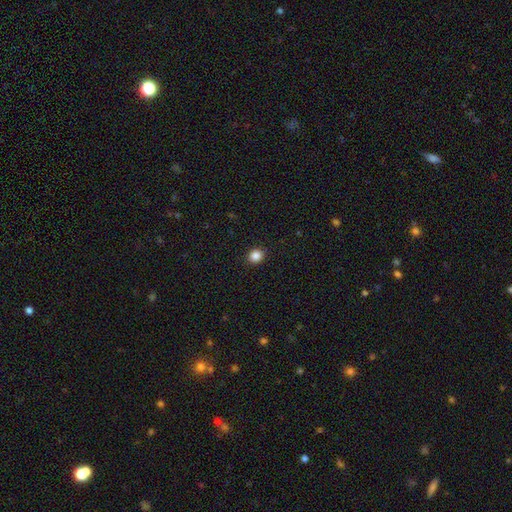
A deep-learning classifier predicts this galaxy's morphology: This appears to be a smooth galaxy with no disk features (86%) that is round (77%). Merging: none (92%).